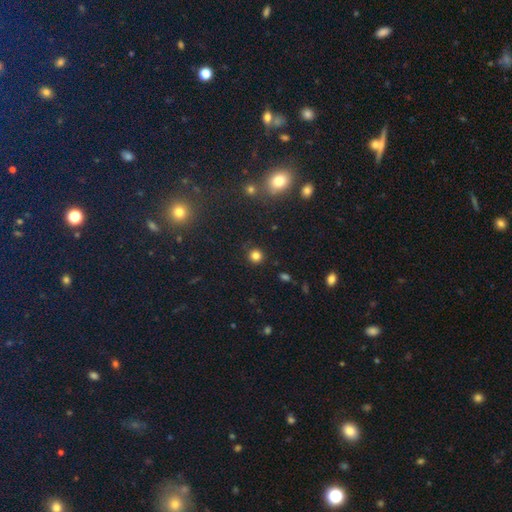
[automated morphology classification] This appears to be a smooth galaxy with no disk features (81%) that is round (92%). Merging: none (90%).